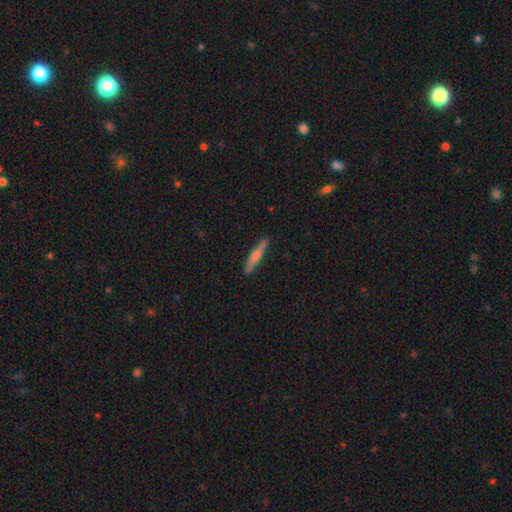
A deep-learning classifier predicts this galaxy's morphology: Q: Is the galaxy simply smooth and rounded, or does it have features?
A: smooth — 48%.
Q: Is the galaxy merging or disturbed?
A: none — 88%.